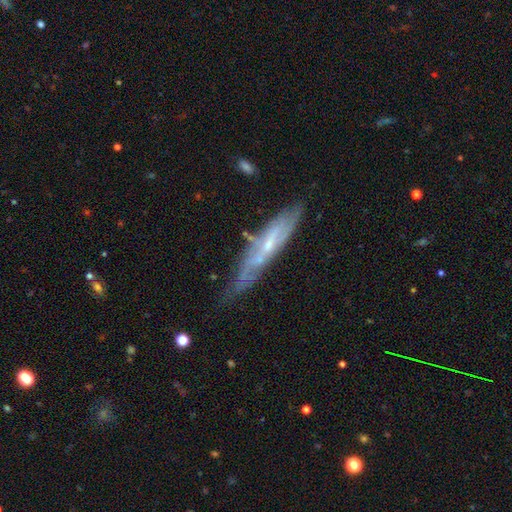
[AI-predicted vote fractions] Morphology: type=featured or disk (60%); edge-on=yes (68%); merging=none (67%).